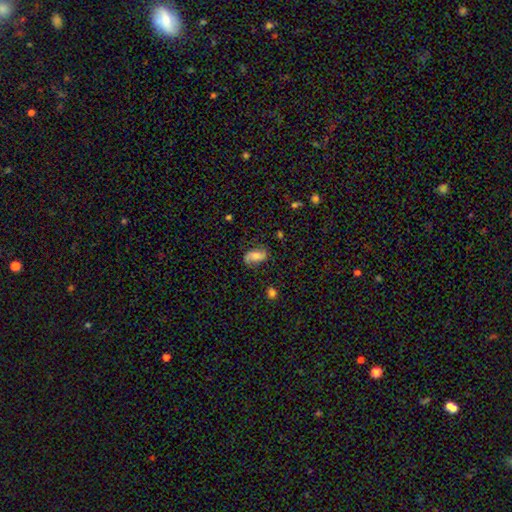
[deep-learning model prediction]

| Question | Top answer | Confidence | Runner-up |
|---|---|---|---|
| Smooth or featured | featured or disk | 47% | smooth (45%) |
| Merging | none | 71% | minor disturbance (20%) |